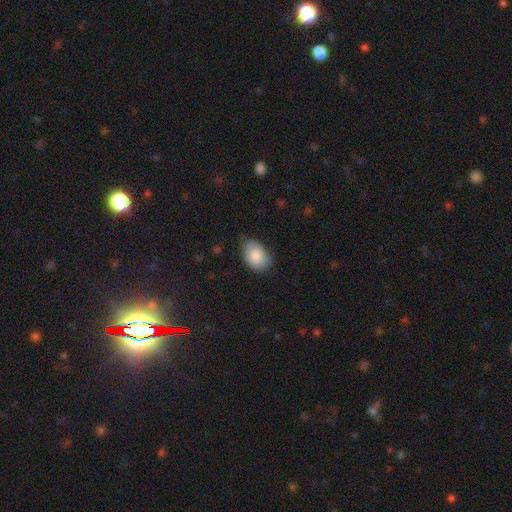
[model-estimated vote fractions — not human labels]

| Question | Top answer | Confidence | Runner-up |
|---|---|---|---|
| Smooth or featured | smooth | 86% | featured or disk (7%) |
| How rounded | in between | 84% | round (15%) |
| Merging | none | 62% | minor disturbance (31%) |